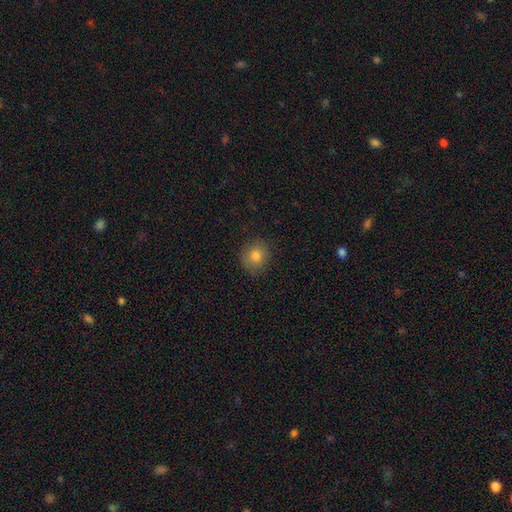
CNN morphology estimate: A smooth galaxy with no disk features (80%) that is round (80%). Merging: none (85%).